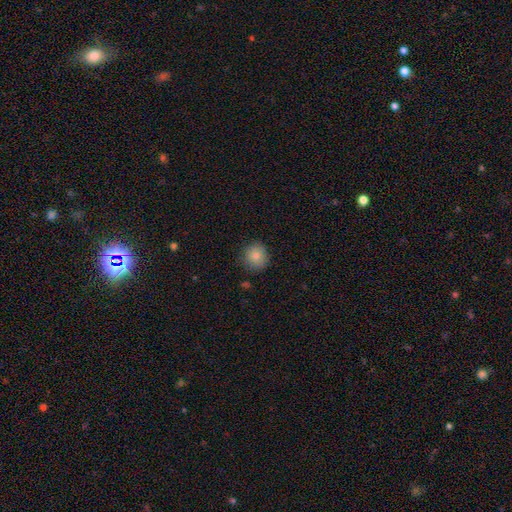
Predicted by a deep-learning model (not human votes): smooth-or-featured: smooth: 83% | star or artifact: 10% | featured or disk: 7%
  how-rounded: round: 87% | in between: 12% | cigar-shaped: 1%
  merging: none: 85% | minor disturbance: 11% | major disturbance: 3% | merger: 1%